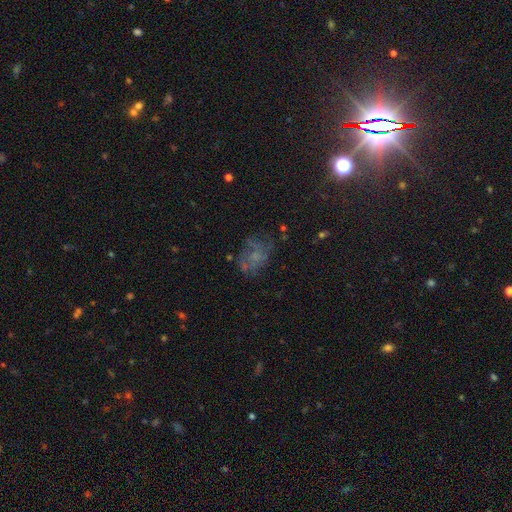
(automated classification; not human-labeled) This is marginally a featured or disk galaxy (43%). Merging: possibly none (53%).